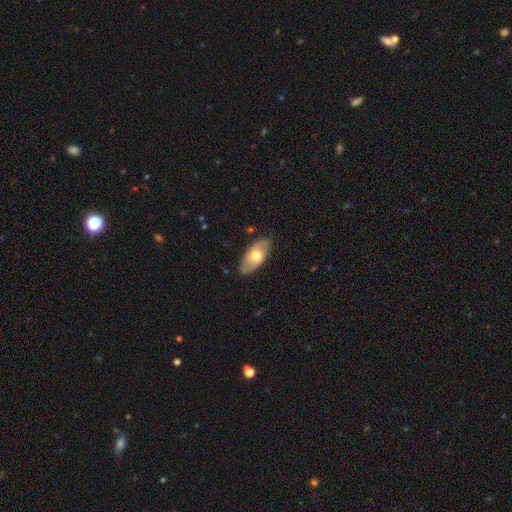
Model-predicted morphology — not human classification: This is possibly a smooth galaxy (57%). How rounded: clearly in between (92%). Merging: clearly none (81%).